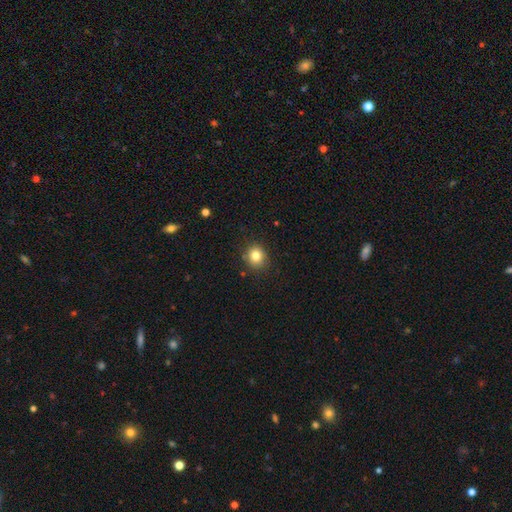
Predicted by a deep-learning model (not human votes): Overall: smooth (82%). How rounded: round (82%). Merging: none (86%).